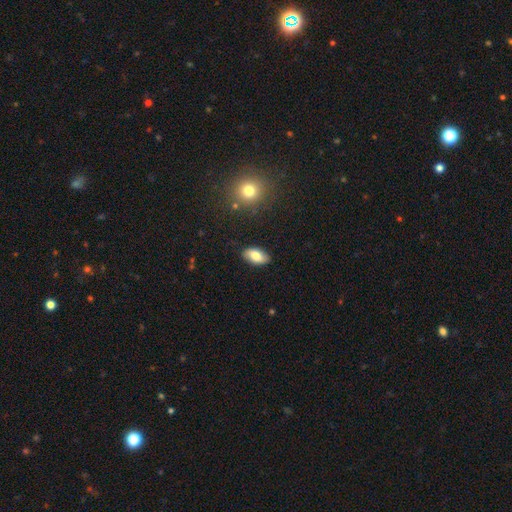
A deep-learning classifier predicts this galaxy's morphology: The model was most divided on "smooth or featured": smooth: 77%, featured or disk: 16%, star or artifact: 7%. More confident: how rounded — in between (93%); merging — none (85%).